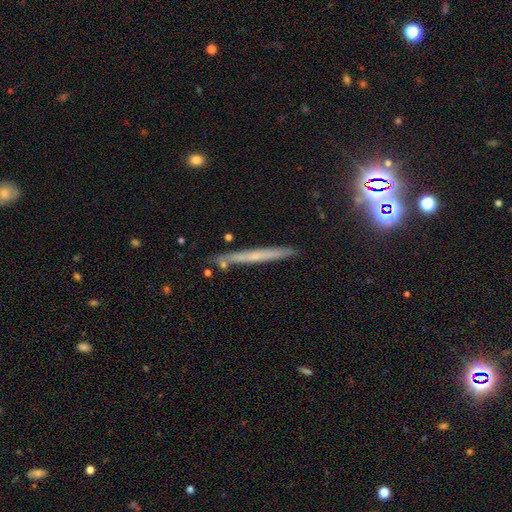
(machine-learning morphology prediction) The model was most divided on "smooth or featured": featured or disk: 47%, smooth: 38%, star or artifact: 15%. More confident: merging — none (83%).